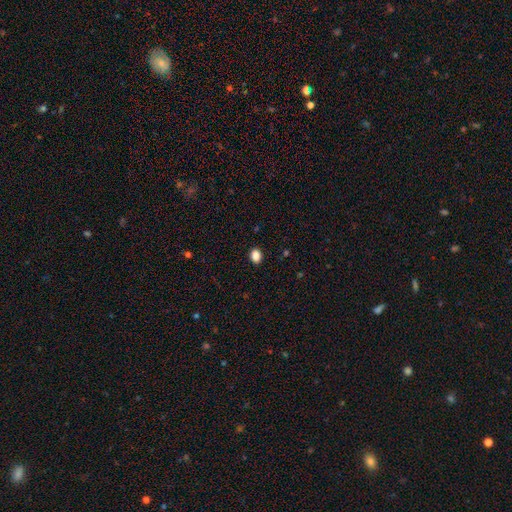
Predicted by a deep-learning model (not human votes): smooth_or_featured: smooth (p=0.87) [alt: star or artifact p=0.10]
how_rounded: in between (p=0.62) [alt: round p=0.37]
merging: none (p=0.91) [alt: minor disturbance p=0.07]